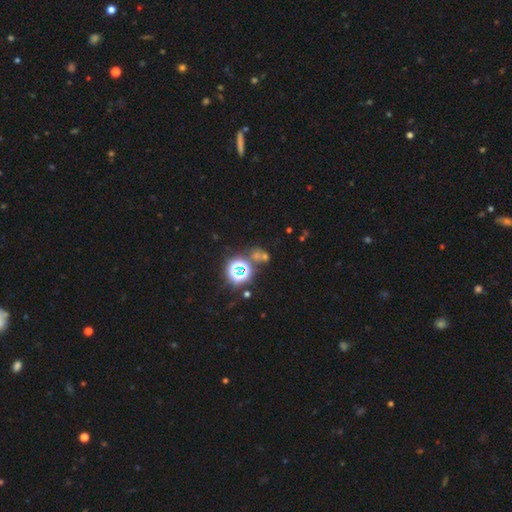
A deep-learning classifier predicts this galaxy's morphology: Smooth or featured: star or artifact — 66% (smooth — 25%)